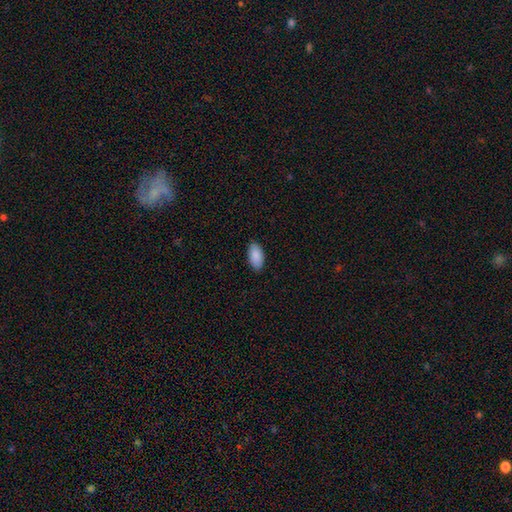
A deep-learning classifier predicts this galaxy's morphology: Smooth or featured?
  - smooth: 89% *
  - star or artifact: 6%
  - featured or disk: 5%
How rounded?
  - in between: 95% *
  - cigar-shaped: 3%
  - round: 2%
Merging?
  - none: 88% *
  - minor disturbance: 9%
  - major disturbance: 2%
  - merger: 1%